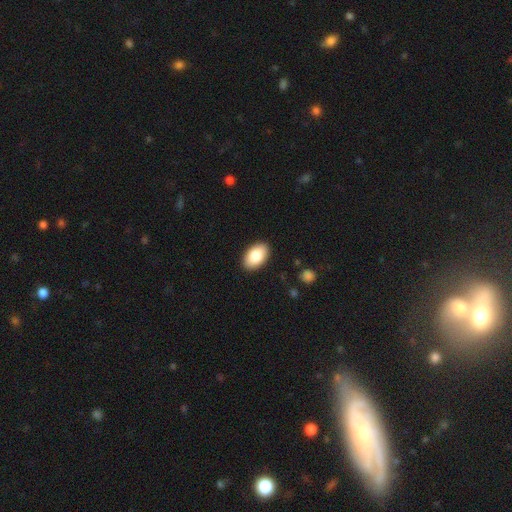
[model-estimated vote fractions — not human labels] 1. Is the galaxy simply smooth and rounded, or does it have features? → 84% smooth, 9% featured or disk, 6% star or artifact.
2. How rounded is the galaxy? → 94% in between, 5% round, 1% cigar-shaped.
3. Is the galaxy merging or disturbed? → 89% none, 8% minor disturbance, 2% major disturbance, 1% merger.